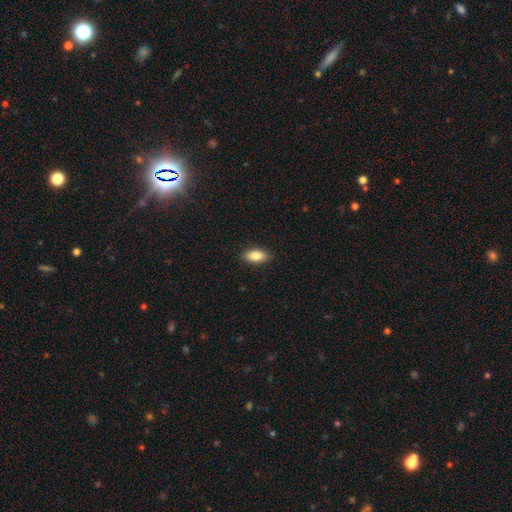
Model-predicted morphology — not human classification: smooth-or-featured: smooth: 85% | featured or disk: 9% | star or artifact: 7%
  how-rounded: in between: 89% | cigar-shaped: 8% | round: 3%
  merging: none: 89% | minor disturbance: 8% | major disturbance: 2% | merger: 1%